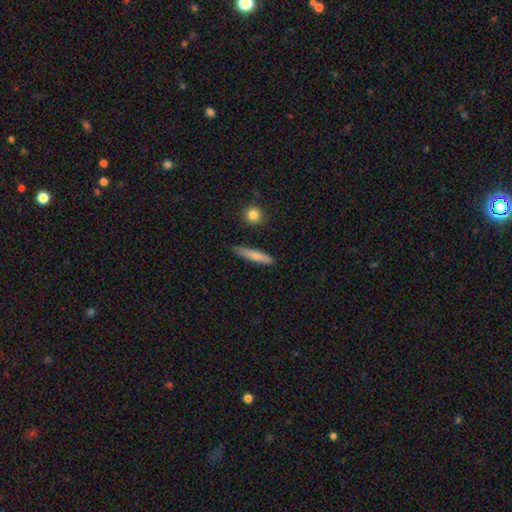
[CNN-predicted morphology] A smooth galaxy with no disk features (75%) that is cigar-shaped (87%). Merging: none (82%).